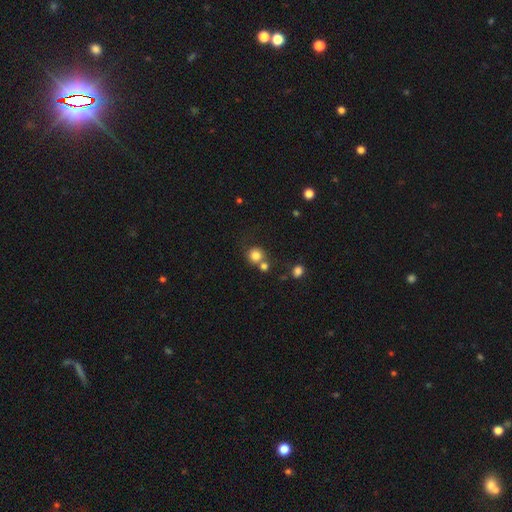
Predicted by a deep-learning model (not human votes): Smooth or featured? smooth (80%)
How rounded? round (90%)
Merging? none (58%)